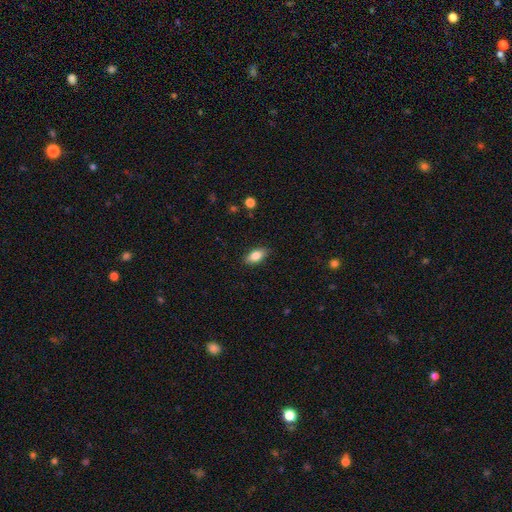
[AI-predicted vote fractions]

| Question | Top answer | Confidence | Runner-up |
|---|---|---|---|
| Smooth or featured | smooth | 83% | featured or disk (10%) |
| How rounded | in between | 89% | cigar-shaped (6%) |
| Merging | none | 87% | minor disturbance (10%) |